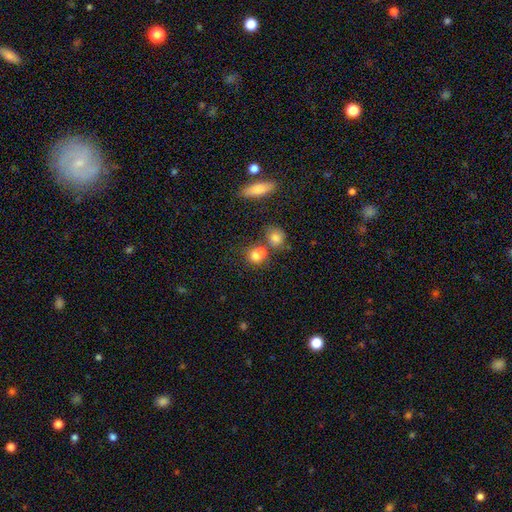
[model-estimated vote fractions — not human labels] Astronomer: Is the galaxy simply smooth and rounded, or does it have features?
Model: smooth — 72%.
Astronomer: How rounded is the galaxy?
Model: round — 68%.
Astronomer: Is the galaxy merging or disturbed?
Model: merger — 52% (runner-up: none, 35%).